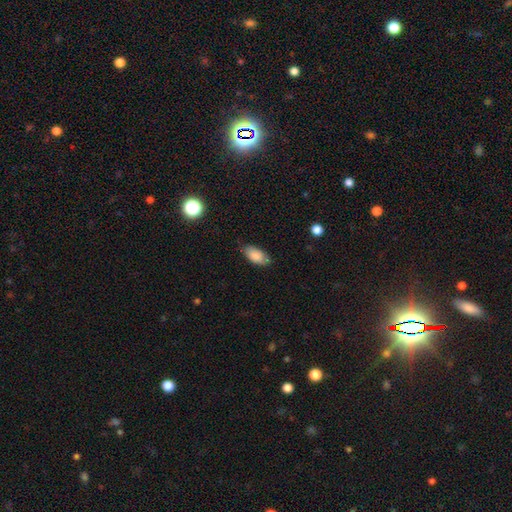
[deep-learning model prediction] A smooth galaxy with no disk features (85%) that is in between round and cigar-shaped (92%).

Vote fractions:
- Smooth or featured? smooth: 85% / featured or disk: 8% / star or artifact: 7%
- How rounded? in between: 92% / cigar-shaped: 5% / round: 3%
- Merging? none: 75% / minor disturbance: 20% / major disturbance: 4% / merger: 1%